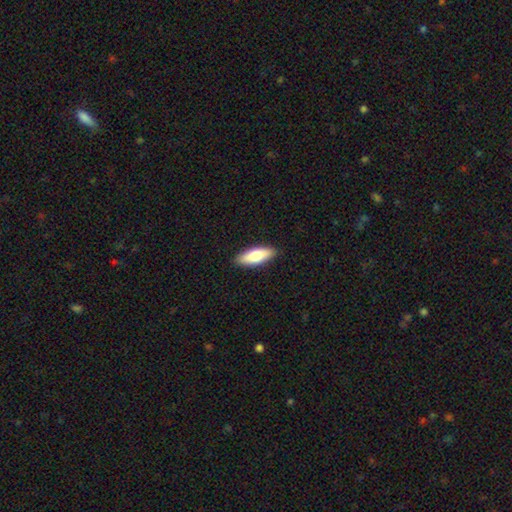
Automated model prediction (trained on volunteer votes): Overall: smooth (77%). How rounded: in between (65%; cigar-shaped 33%). Merging: none (90%).